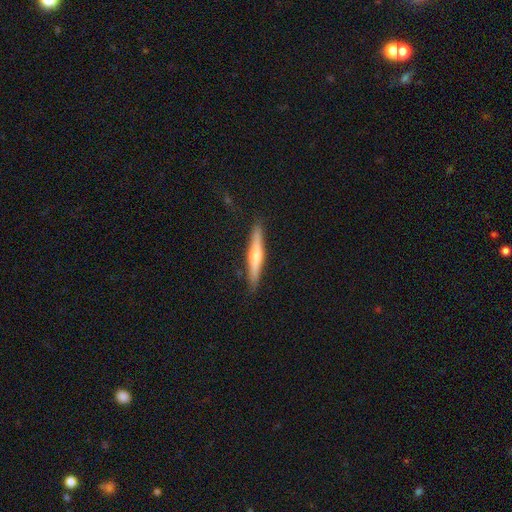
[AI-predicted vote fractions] Morphology: type=featured or disk (59%); edge-on=yes (96%); edge-on bulge=rounded (80%); merging=none (89%).